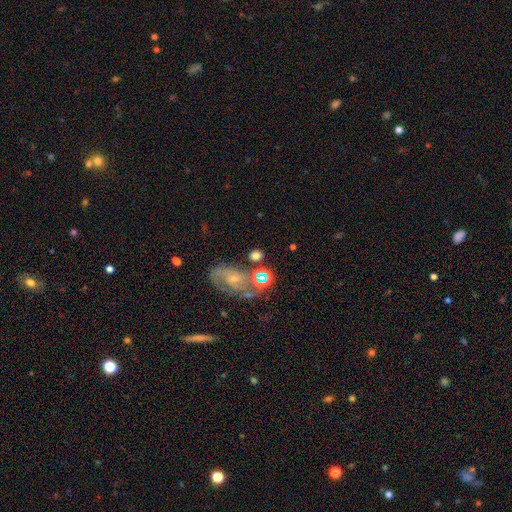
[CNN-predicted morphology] Smooth or featured?
  - smooth: 60% *
  - featured or disk: 21%
  - star or artifact: 18%
How rounded?
  - round: 58% *
  - in between: 40%
  - cigar-shaped: 2%
Merging?
  - none: 65% *
  - minor disturbance: 14%
  - merger: 14%
  - major disturbance: 7%